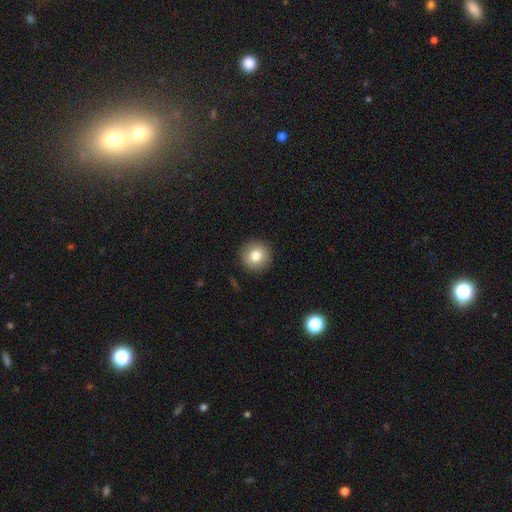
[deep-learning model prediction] Q: Smooth or featured?
A: smooth (80%); runner-up: featured or disk (10%)
Q: How rounded?
A: round (95%); runner-up: in between (4%)
Q: Merging?
A: none (91%); runner-up: minor disturbance (6%)